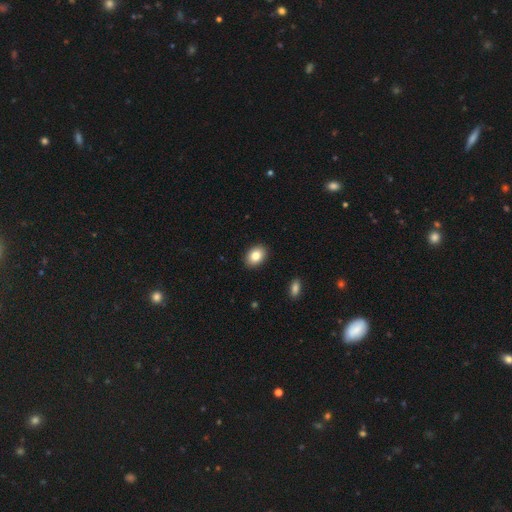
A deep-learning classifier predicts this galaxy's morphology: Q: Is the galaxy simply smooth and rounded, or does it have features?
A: smooth — 84%.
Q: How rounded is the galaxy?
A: in between — 78%.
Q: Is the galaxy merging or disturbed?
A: none — 90%.